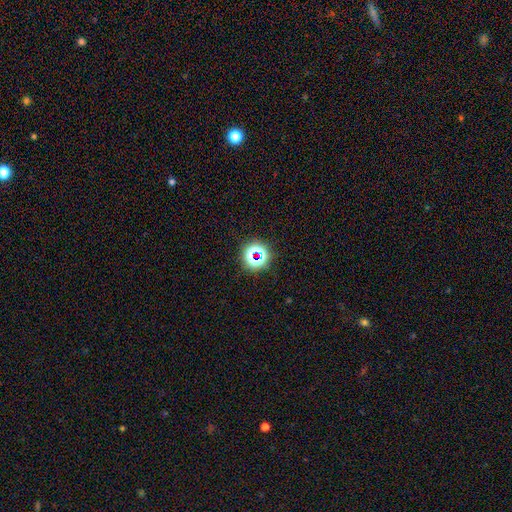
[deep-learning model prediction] Smooth or featured? star or artifact (63%)